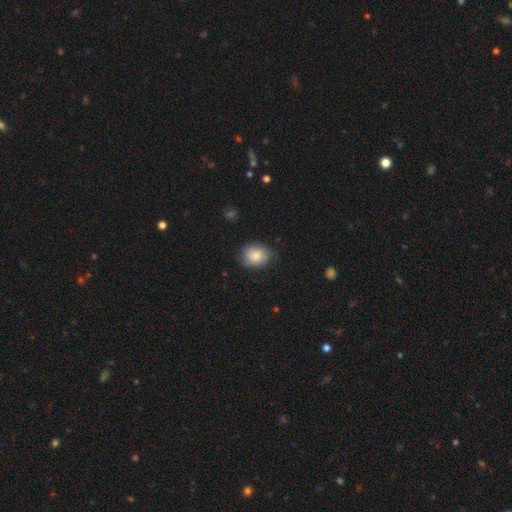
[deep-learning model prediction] The model was most divided on "how rounded": round: 59%, in between: 40%, cigar-shaped: 1%. More confident: smooth or featured — smooth (77%); merging — none (69%).